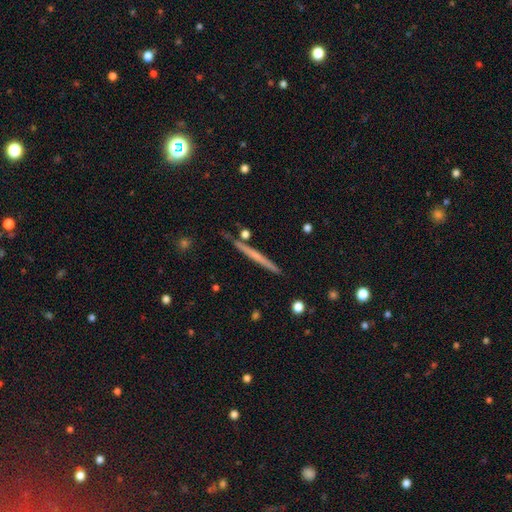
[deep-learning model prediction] Smooth or featured: featured or disk — 52% (smooth — 41%)
Edge-on disk: yes — 97% (no — 3%)
Edge-on bulge: none — 82% (rounded — 14%)
Merging: none — 88% (minor disturbance — 8%)